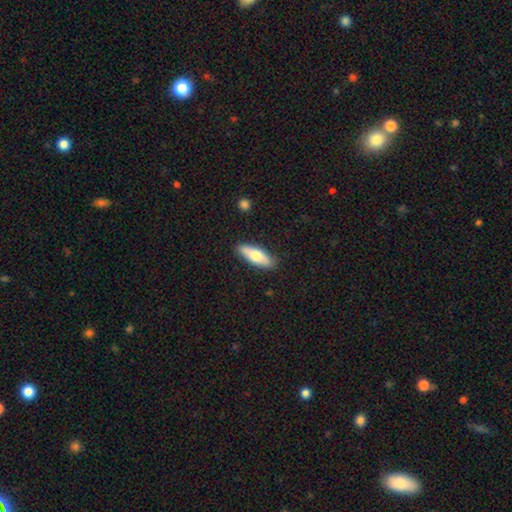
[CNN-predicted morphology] Overall: smooth (66%; featured or disk 28%). How rounded: in between (59%; cigar-shaped 39%). Merging: none (87%).